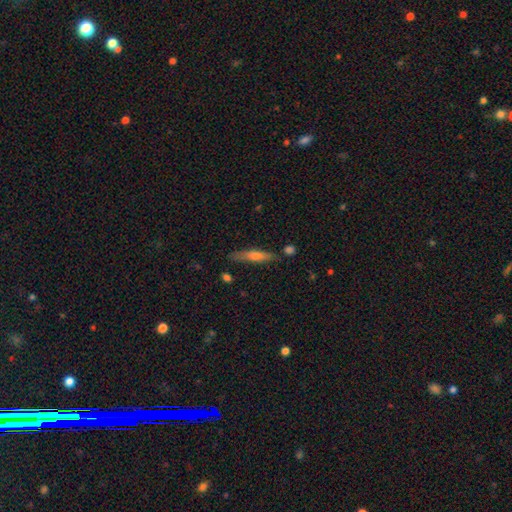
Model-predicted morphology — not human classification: smooth 48%, featured or disk 45%, star or artifact 7%. Down the decision tree: merging — none (81%).